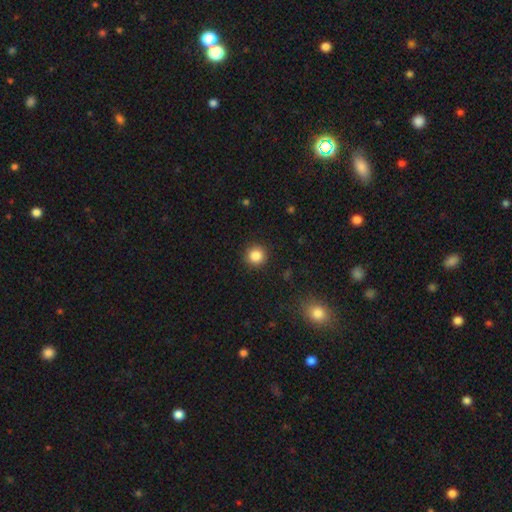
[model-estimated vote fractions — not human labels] This appears to be a smooth galaxy with no disk features (85%) that is round (95%). Merging: none (92%).